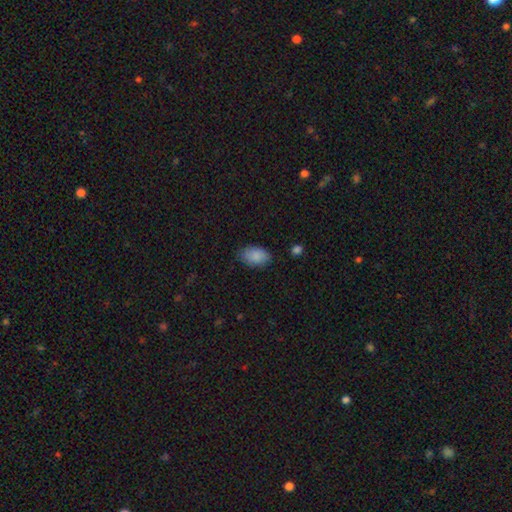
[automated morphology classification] This appears to be a smooth galaxy with no disk features (88%) that is in between round and cigar-shaped (91%). Merging: none (78%).